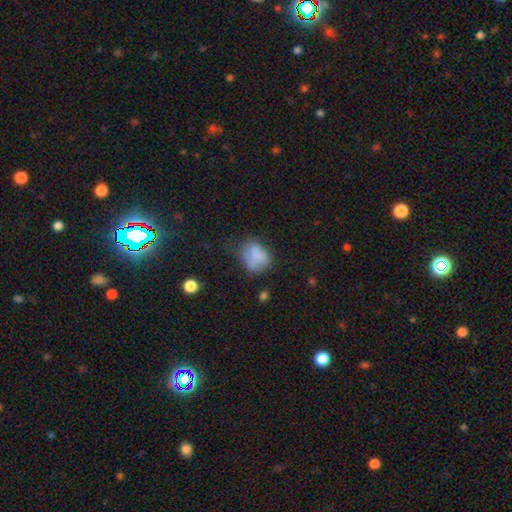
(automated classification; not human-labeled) The model was most divided on "merging": none: 40%, minor disturbance: 32%, major disturbance: 22%, merger: 6%. More confident: smooth or featured — smooth (73%); how rounded — in between (55%).